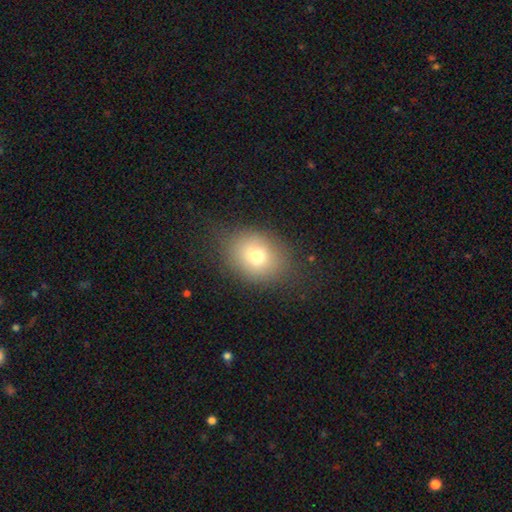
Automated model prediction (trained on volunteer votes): Smooth or featured?
  - smooth: 73% *
  - featured or disk: 14%
  - star or artifact: 13%
How rounded?
  - in between: 54% *
  - round: 45%
  - cigar-shaped: 1%
Merging?
  - none: 78% *
  - minor disturbance: 15%
  - major disturbance: 7%
  - merger: 1%